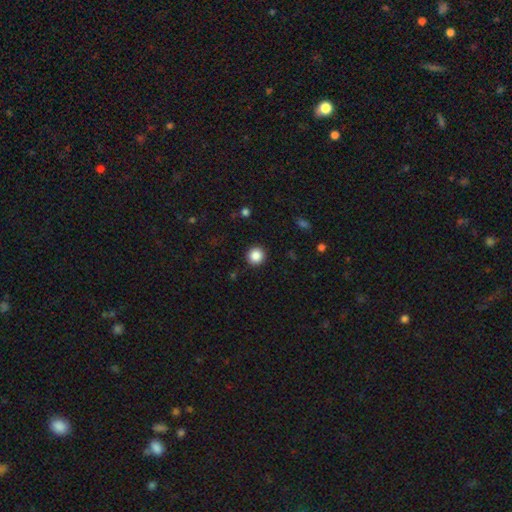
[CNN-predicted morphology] Q: Smooth or featured?
A: smooth (86%); runner-up: star or artifact (10%)
Q: How rounded?
A: round (94%); runner-up: in between (5%)
Q: Merging?
A: none (92%); runner-up: minor disturbance (5%)